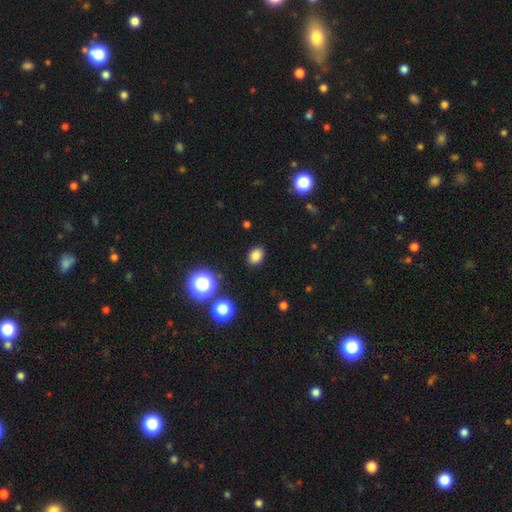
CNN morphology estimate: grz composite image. It shows a smooth galaxy with no disk features (82%) that is in between round and cigar-shaped (61%). Merging: none (88%).